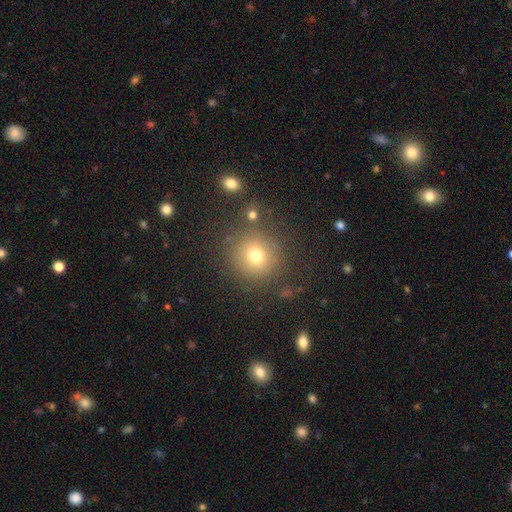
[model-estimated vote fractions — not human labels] Smooth or featured: smooth — 72% (star or artifact — 17%)
How rounded: round — 92% (in between — 7%)
Merging: none — 81% (minor disturbance — 9%)